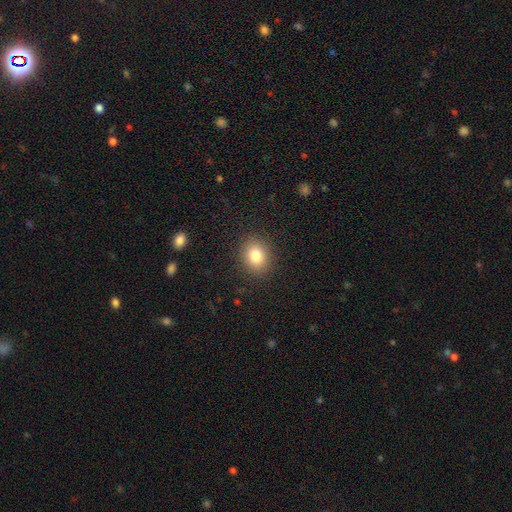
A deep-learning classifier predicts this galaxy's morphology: Smooth or featured? smooth (82%)
How rounded? round (57%)
Merging? none (88%)